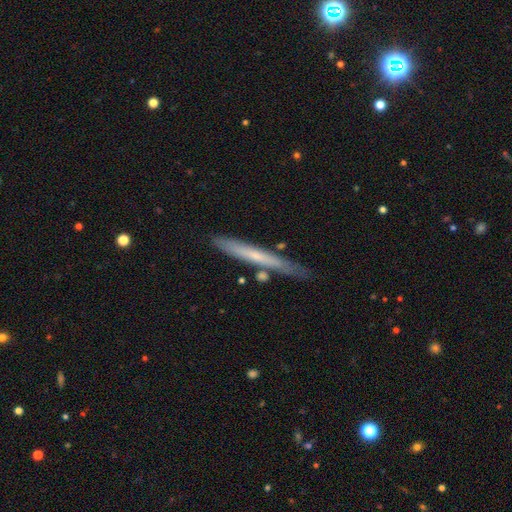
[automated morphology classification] A smooth galaxy with no disk features (48%). Merging: none (78%).